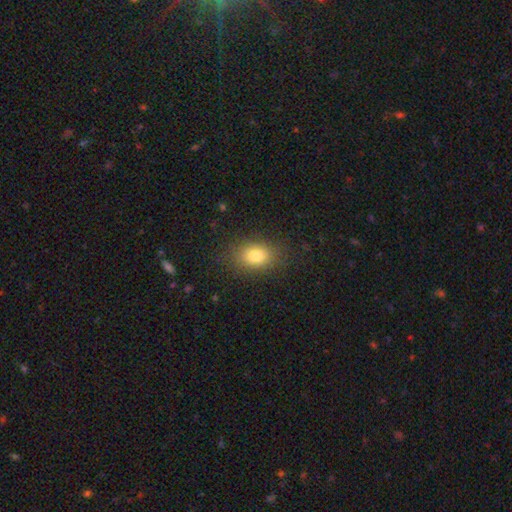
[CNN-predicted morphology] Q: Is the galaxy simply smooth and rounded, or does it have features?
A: smooth — 81%.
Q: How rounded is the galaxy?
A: in between — 74%.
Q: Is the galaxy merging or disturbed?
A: none — 83%.